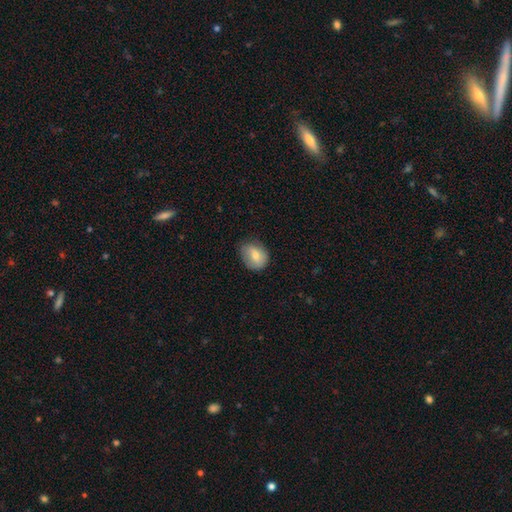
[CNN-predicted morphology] This appears to be a smooth galaxy with no disk features (74%) that is in between round and cigar-shaped (52%). Merging: none (67%).